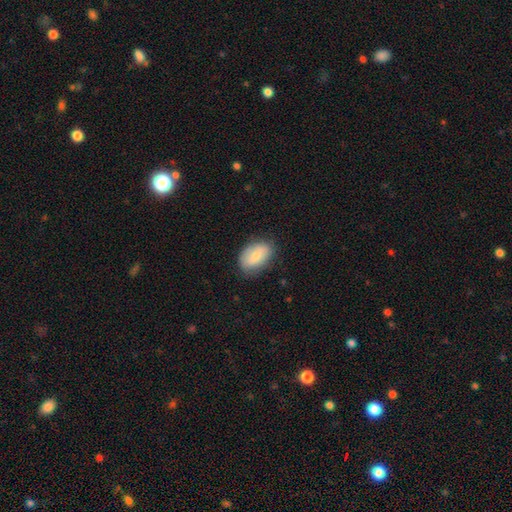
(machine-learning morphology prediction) This is likely a smooth galaxy (75%). How rounded: clearly in between (90%). Merging: likely none (77%).